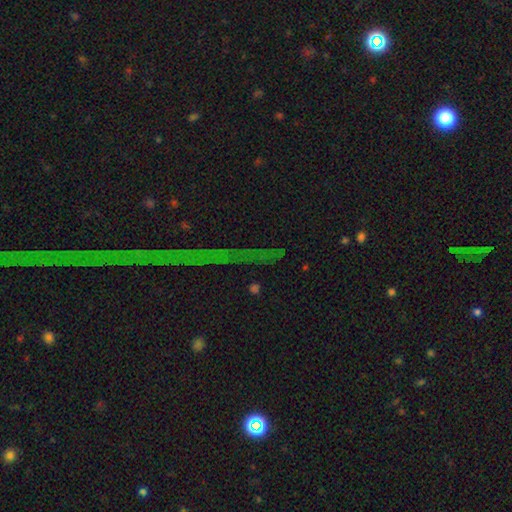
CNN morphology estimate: smooth_or_featured: star or artifact (p=0.76) [alt: featured or disk p=0.12]